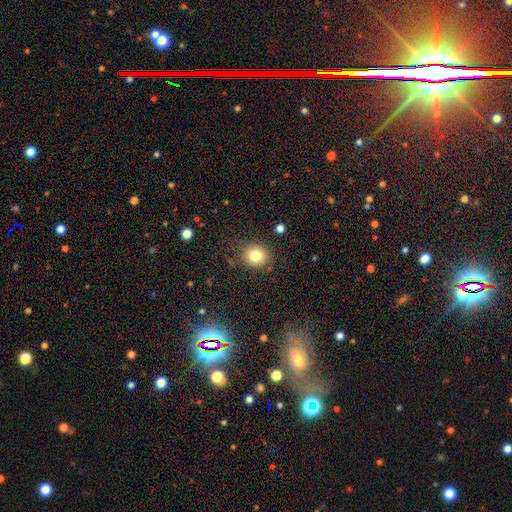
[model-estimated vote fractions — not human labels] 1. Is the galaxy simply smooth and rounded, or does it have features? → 80% smooth, 12% star or artifact, 8% featured or disk.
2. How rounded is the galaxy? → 80% round, 19% in between, 1% cigar-shaped.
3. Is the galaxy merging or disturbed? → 83% none, 11% minor disturbance, 4% major disturbance, 2% merger.